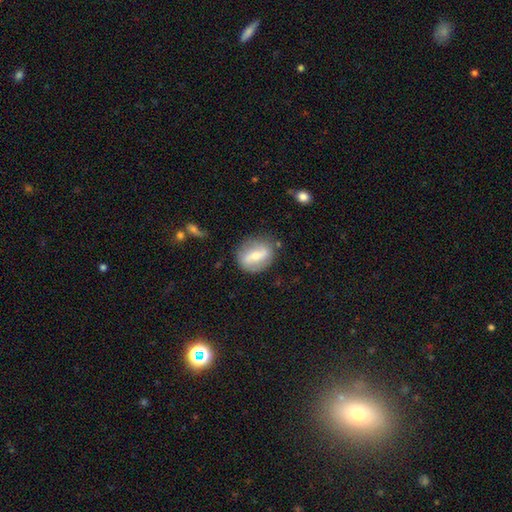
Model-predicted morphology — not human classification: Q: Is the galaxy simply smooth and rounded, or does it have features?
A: featured or disk — 57%.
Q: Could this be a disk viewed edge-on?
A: no — 91%.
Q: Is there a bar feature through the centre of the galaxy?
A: strong — 48%.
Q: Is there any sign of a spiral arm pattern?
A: yes — 63%.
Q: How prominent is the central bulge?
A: moderate — 54%.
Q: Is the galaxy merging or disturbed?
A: none — 78%.